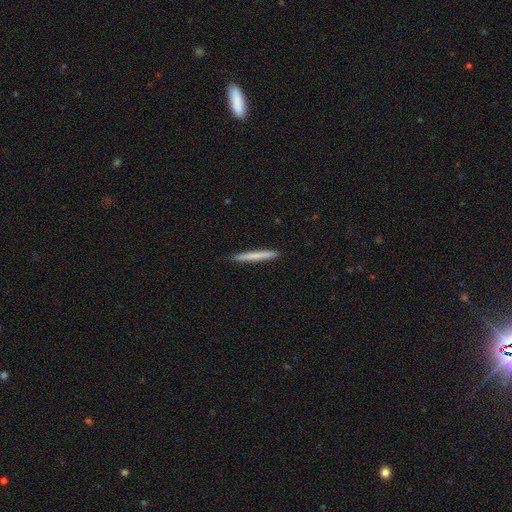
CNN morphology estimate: Smooth or featured?
  - smooth: 71% *
  - featured or disk: 24%
  - star or artifact: 5%
How rounded?
  - cigar-shaped: 97% *
  - in between: 2%
  - round: 1%
Merging?
  - none: 91% *
  - minor disturbance: 7%
  - major disturbance: 1%
  - merger: 1%